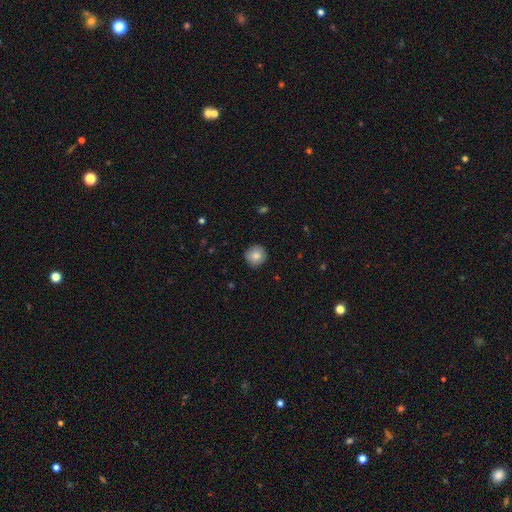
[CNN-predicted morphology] This is clearly a smooth galaxy (81%). How rounded: clearly round (93%). Merging: clearly none (89%).